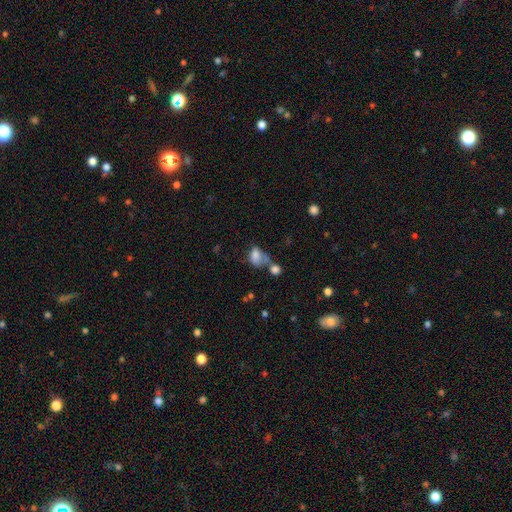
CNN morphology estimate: The model was most divided on "merging": merger: 39%, none: 27%, minor disturbance: 18%, major disturbance: 15%. More confident: how rounded — in between (76%); smooth or featured — smooth (76%).